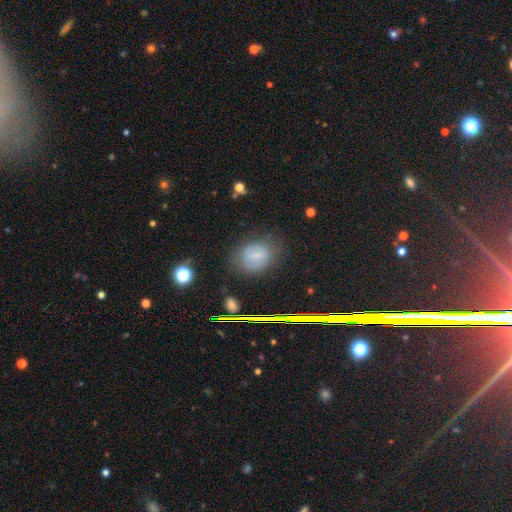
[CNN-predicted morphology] Overall: smooth (59%; featured or disk 24%). How rounded: in between (57%; round 41%). Merging: none (67%).